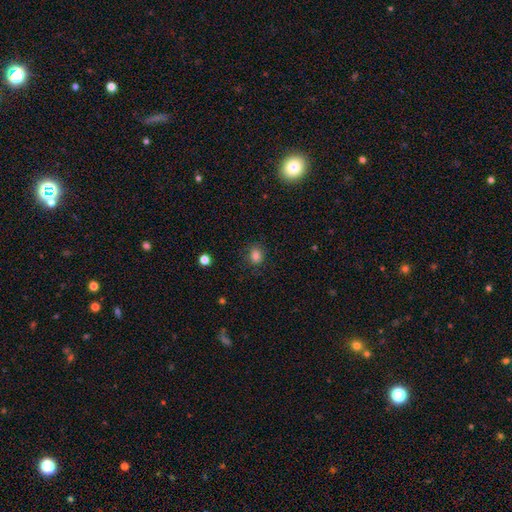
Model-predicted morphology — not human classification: Overall: smooth (83%). How rounded: round (57%; in between 42%). Merging: none (81%).